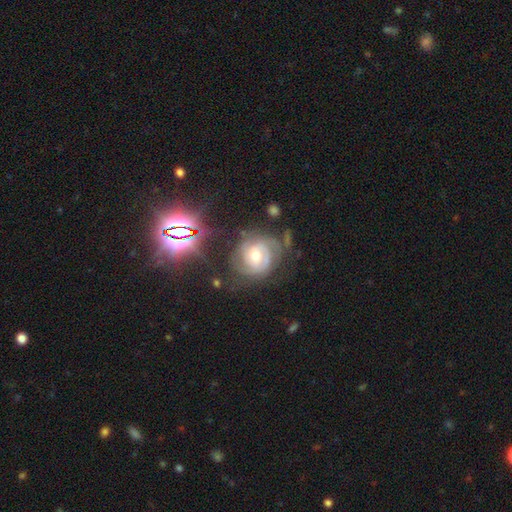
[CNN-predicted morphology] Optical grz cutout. It shows a featured or disk galaxy (73%) with no bar (59%), 2 (35%) tight (58%) spiral arms (88%) and a moderate central bulge (70%). Merging: none (58%).